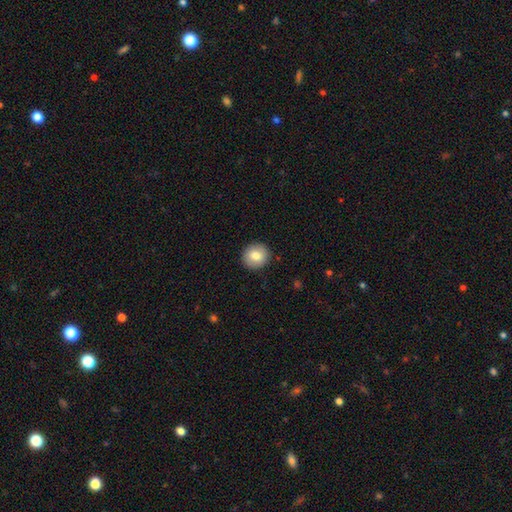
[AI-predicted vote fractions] Morphology: type=smooth (78%); roundness=round (87%); merging=none (90%).